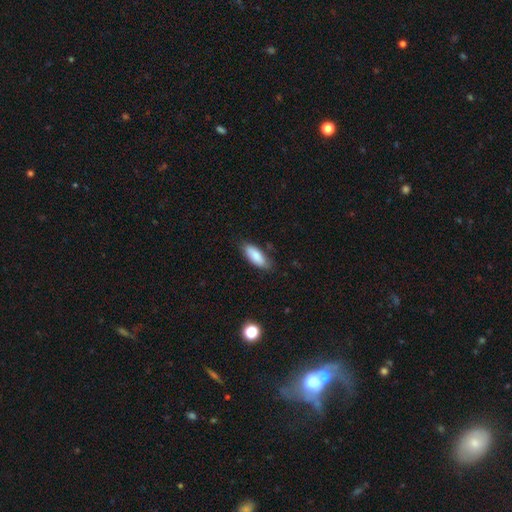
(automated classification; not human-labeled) Overall: smooth (84%). How rounded: in between (73%). Merging: none (80%).